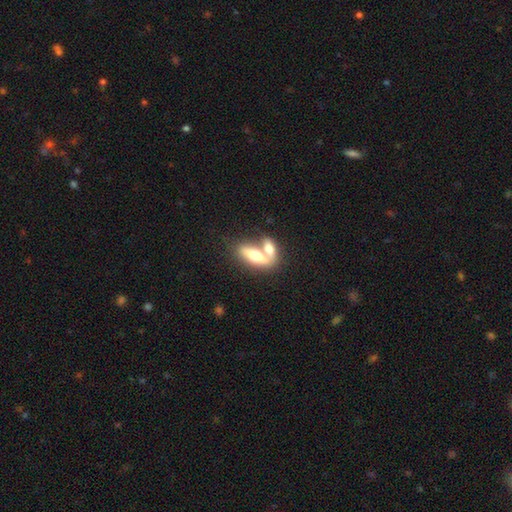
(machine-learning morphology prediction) Q: Smooth or featured?
A: smooth (60%); runner-up: featured or disk (35%)
Q: How rounded?
A: in between (72%); runner-up: cigar-shaped (24%)
Q: Merging?
A: merger (67%); runner-up: none (22%)